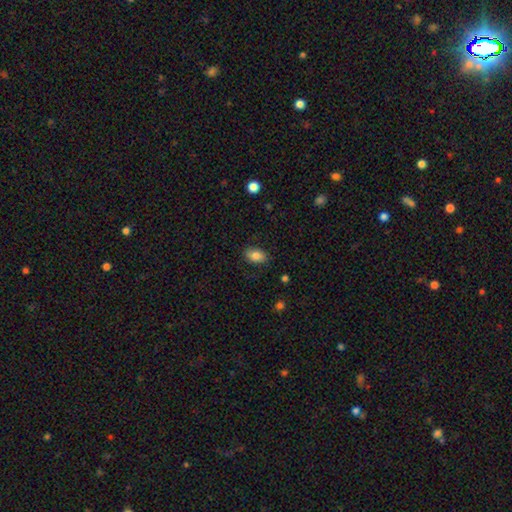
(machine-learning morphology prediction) Smooth or featured? smooth (83%)
How rounded? in between (86%)
Merging? none (85%)